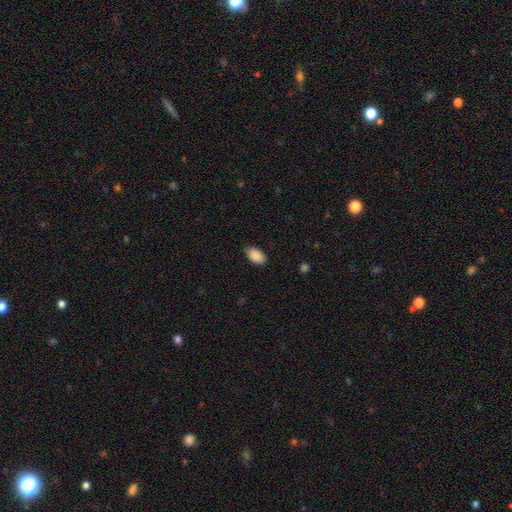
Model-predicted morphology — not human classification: Smooth or featured? smooth (90%)
How rounded? in between (94%)
Merging? none (80%)